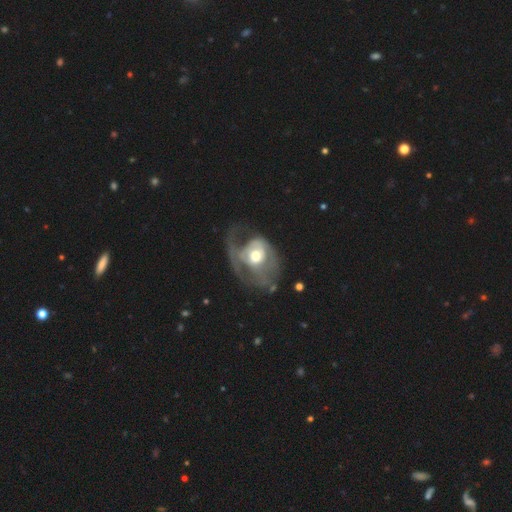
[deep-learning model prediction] A featured or disk galaxy (67%) with no bar (77%), spiral arms (54%) and a moderate central bulge (56%).

Vote fractions:
- Smooth or featured? featured or disk: 67% / smooth: 27% / star or artifact: 6%
- Edge-on disk? no: 97% / yes: 3%
- Bar? no: 77% / weak: 19% / strong: 5%
- Spiral arms? yes: 54% / no: 46%
- Bulge size? moderate: 56% / large: 33% / small: 7% / dominant: 3% / none: 1%
- Merging? major disturbance: 58% / none: 21% / minor disturbance: 17% / merger: 4%